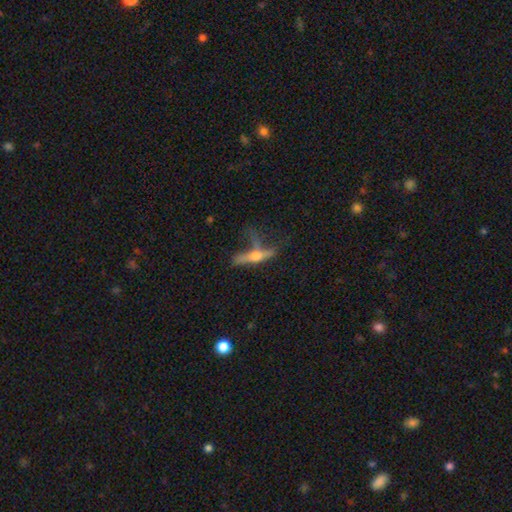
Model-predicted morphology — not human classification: smooth_or_featured: featured or disk (p=0.54) [alt: smooth p=0.37]
disk_edge_on: yes (p=0.83) [alt: no p=0.17]
merging: none (p=0.42) [alt: major disturbance p=0.25]